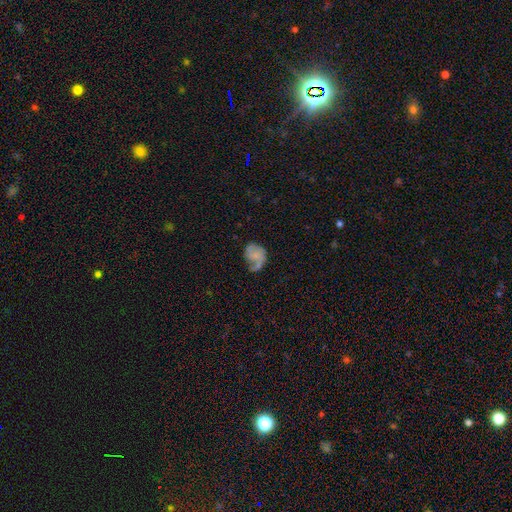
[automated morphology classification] smooth_or_featured: featured or disk (p=0.51) [alt: smooth p=0.39]
disk_edge_on: no (p=0.98) [alt: yes p=0.02]
bar: no (p=0.69) [alt: weak p=0.26]
has_spiral_arms: yes (p=0.77) [alt: no p=0.23]
bulge_size: none (p=0.54) [alt: small p=0.27]
merging: none (p=0.38) [alt: minor disturbance p=0.27]